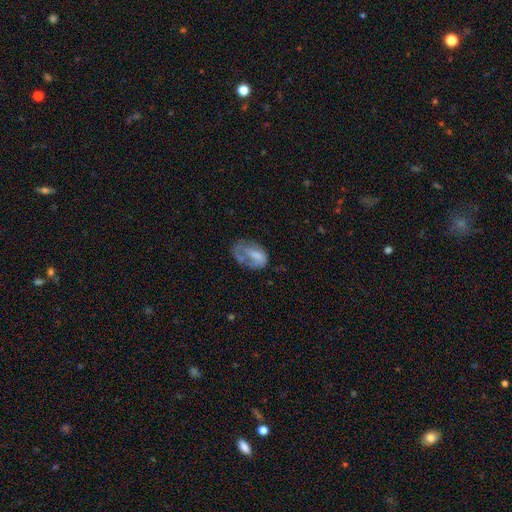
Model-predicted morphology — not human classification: This appears to be a smooth galaxy with no disk features (54%) that is in between round and cigar-shaped (85%). Merging: major disturbance (39%).